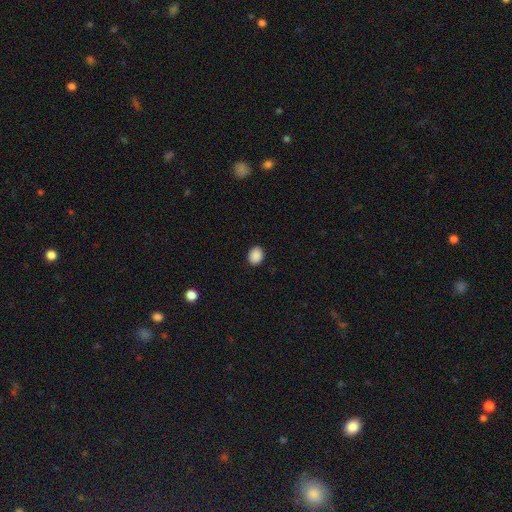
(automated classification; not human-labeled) Smooth or featured: smooth — 89% (star or artifact — 8%)
How rounded: in between — 53% (round — 46%)
Merging: none — 90% (minor disturbance — 7%)